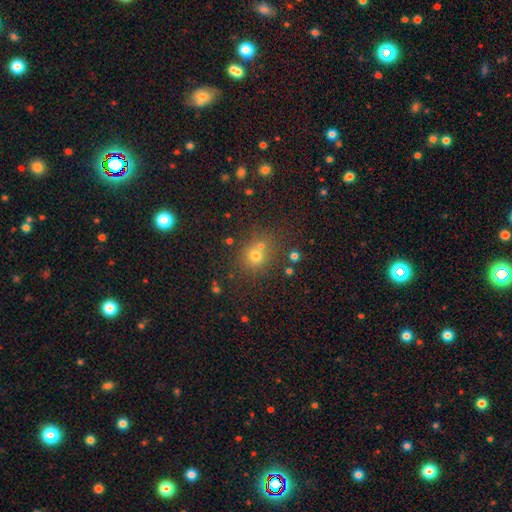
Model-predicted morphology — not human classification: smooth_or_featured: smooth (p=0.68) [alt: star or artifact p=0.21]
how_rounded: round (p=0.83) [alt: in between p=0.16]
merging: none (p=0.61) [alt: merger p=0.26]